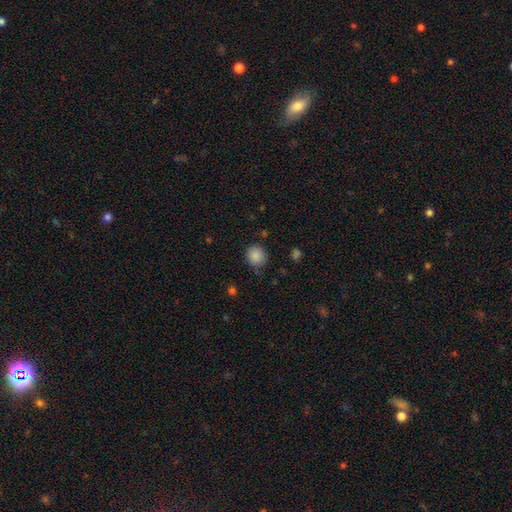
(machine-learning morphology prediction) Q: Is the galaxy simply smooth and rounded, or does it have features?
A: smooth — 87%.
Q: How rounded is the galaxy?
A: round — 88%.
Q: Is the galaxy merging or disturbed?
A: none — 84%.